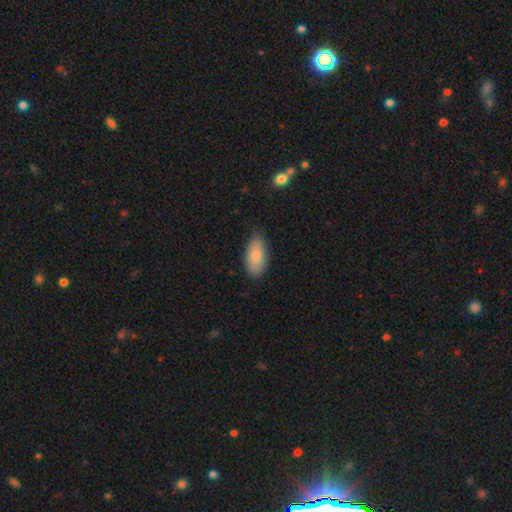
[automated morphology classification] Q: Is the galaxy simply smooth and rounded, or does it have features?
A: smooth — 81%.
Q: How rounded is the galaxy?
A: in between — 93%.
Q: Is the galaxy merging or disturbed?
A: none — 76%.